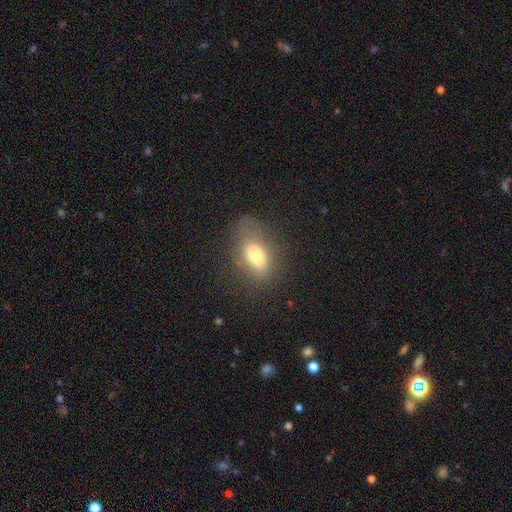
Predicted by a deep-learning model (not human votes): Overall: smooth (71%). How rounded: in between (83%). Merging: none (60%; minor disturbance 23%).